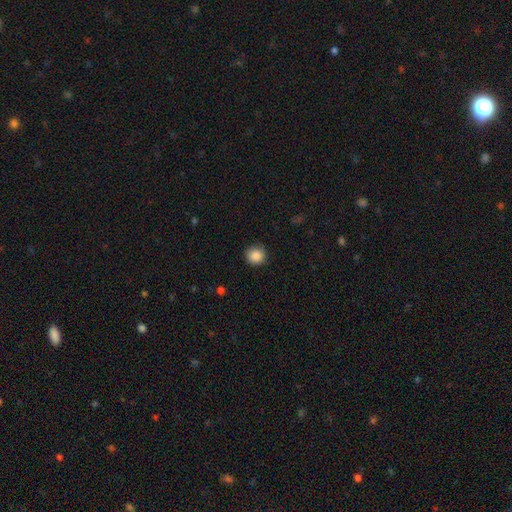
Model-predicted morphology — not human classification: A smooth galaxy with no disk features (88%) that is round (92%). Merging: none (88%).